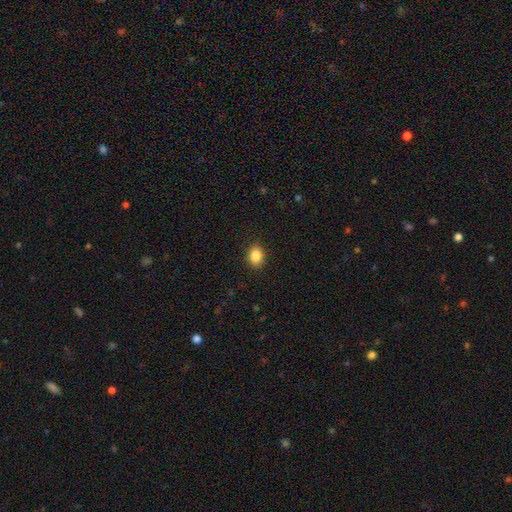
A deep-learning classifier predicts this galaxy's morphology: Overall: smooth (86%). How rounded: in between (53%; round 46%). Merging: none (89%).